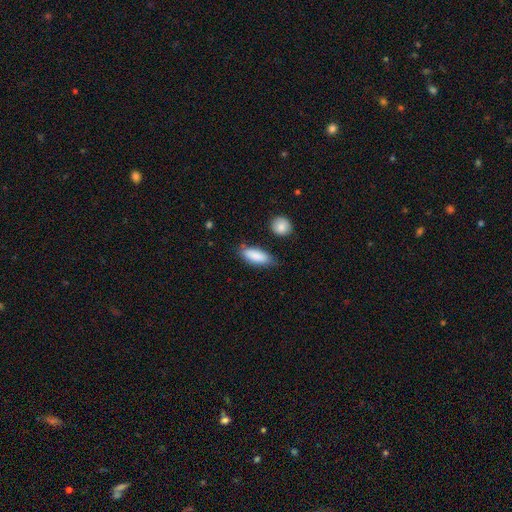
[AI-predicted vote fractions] This appears to be a smooth galaxy with no disk features (86%) that is in between round and cigar-shaped (72%). Merging: none (71%).